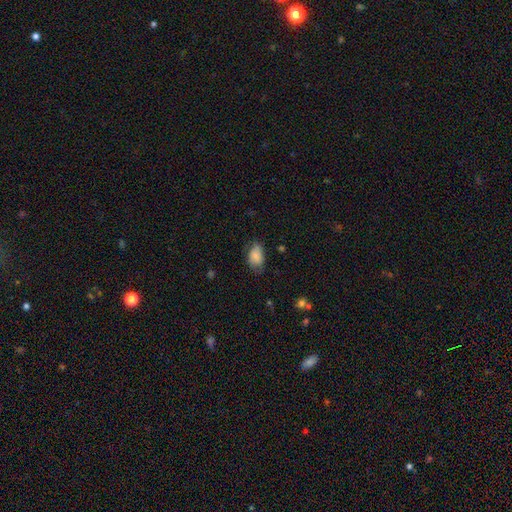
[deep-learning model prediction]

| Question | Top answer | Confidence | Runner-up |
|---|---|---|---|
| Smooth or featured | smooth | 79% | featured or disk (14%) |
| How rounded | in between | 89% | round (10%) |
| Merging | none | 58% | minor disturbance (31%) |